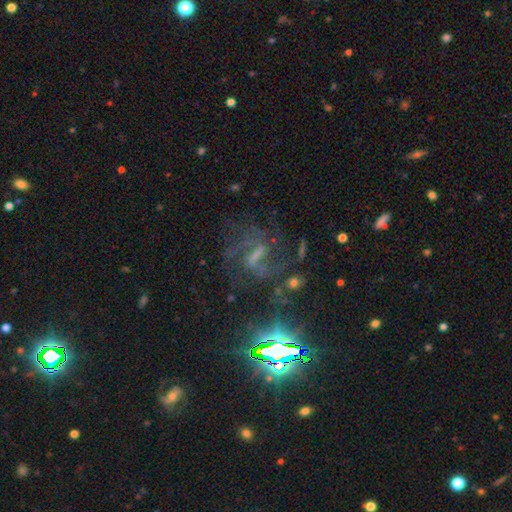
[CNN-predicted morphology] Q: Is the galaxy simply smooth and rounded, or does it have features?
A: featured or disk — 56%.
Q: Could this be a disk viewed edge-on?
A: no — 93%.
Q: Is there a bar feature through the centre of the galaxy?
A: strong — 53%.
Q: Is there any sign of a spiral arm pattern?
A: yes — 84%.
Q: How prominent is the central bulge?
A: none — 47%.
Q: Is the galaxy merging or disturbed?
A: none — 57%.